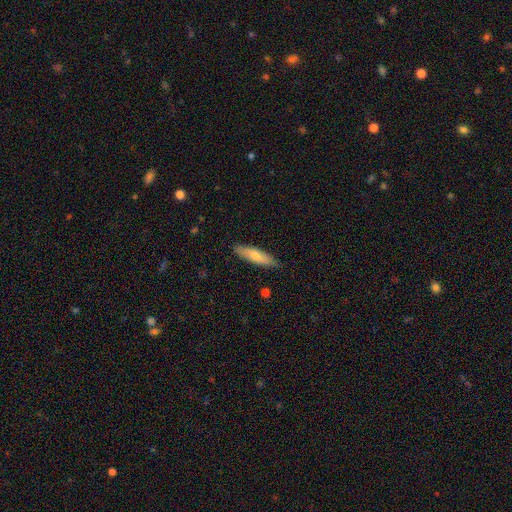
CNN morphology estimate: type=smooth (72%); roundness=cigar-shaped (67%); merging=none (86%).